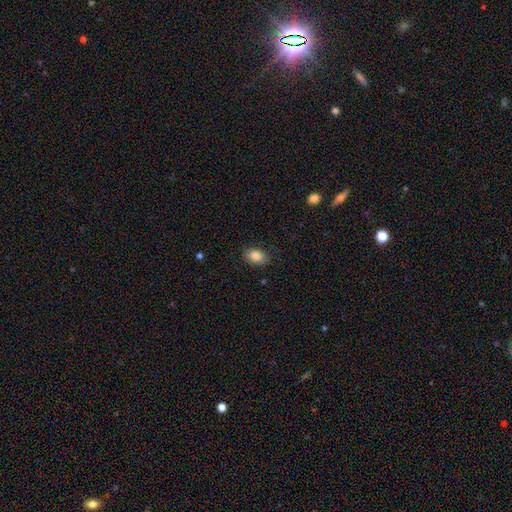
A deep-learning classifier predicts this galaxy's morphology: Smooth or featured: smooth — 85% (star or artifact — 8%)
How rounded: in between — 84% (round — 15%)
Merging: none — 84% (minor disturbance — 12%)